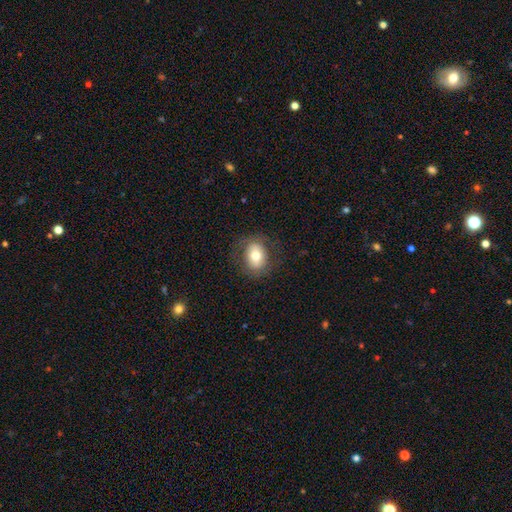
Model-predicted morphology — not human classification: smooth-or-featured: smooth: 71% | featured or disk: 20% | star or artifact: 9%
  how-rounded: in between: 60% | round: 39% | cigar-shaped: 1%
  merging: none: 78% | minor disturbance: 13% | major disturbance: 7% | merger: 1%